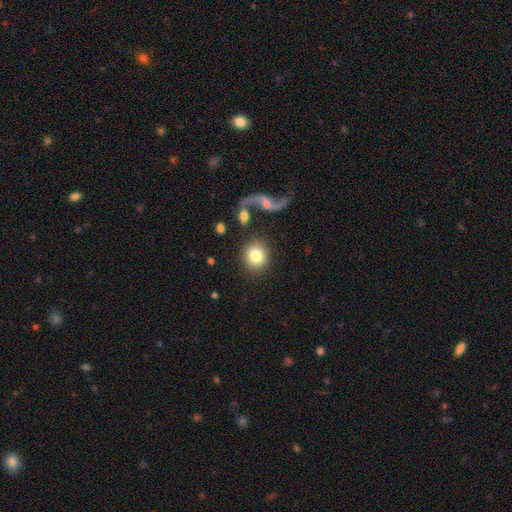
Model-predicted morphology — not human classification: This is likely a smooth galaxy (79%). How rounded: clearly round (83%). Merging: clearly none (80%).